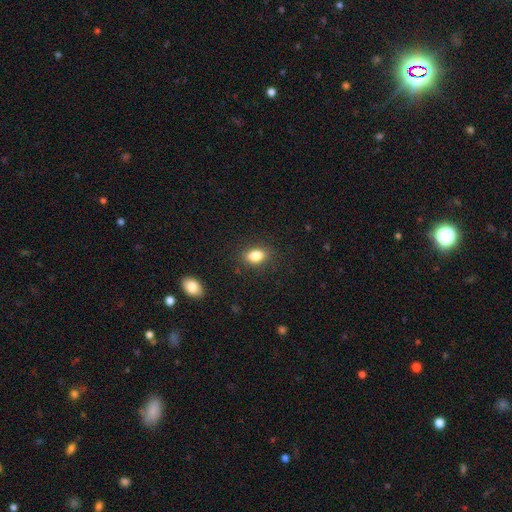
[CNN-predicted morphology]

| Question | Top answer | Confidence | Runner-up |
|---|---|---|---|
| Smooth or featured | smooth | 84% | star or artifact (9%) |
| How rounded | in between | 83% | round (15%) |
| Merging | none | 86% | minor disturbance (10%) |